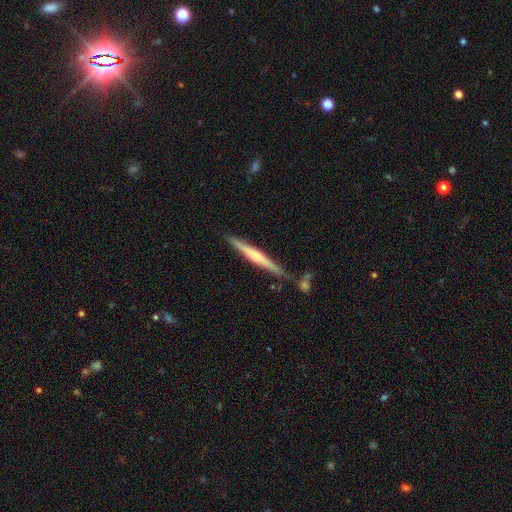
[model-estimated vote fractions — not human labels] Smooth or featured?
  - featured or disk: 56% *
  - smooth: 39%
  - star or artifact: 6%
Edge-on disk?
  - yes: 97% *
  - no: 3%
Edge-on bulge?
  - rounded: 47% *
  - none: 40%
  - boxy: 13%
Merging?
  - none: 82% *
  - minor disturbance: 11%
  - merger: 4%
  - major disturbance: 2%